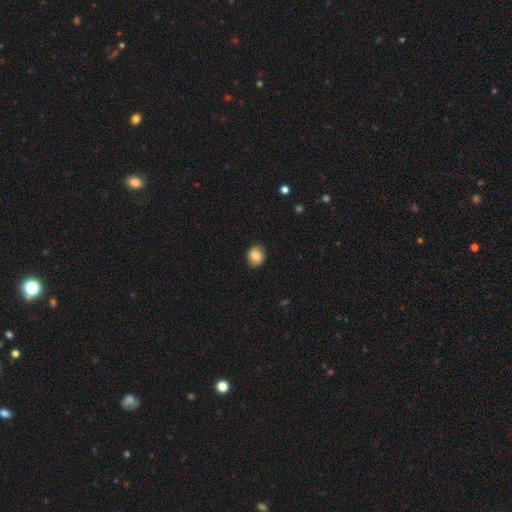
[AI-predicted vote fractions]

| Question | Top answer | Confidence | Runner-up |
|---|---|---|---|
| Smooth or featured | smooth | 83% | featured or disk (9%) |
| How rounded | round | 54% | in between (45%) |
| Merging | none | 85% | minor disturbance (12%) |